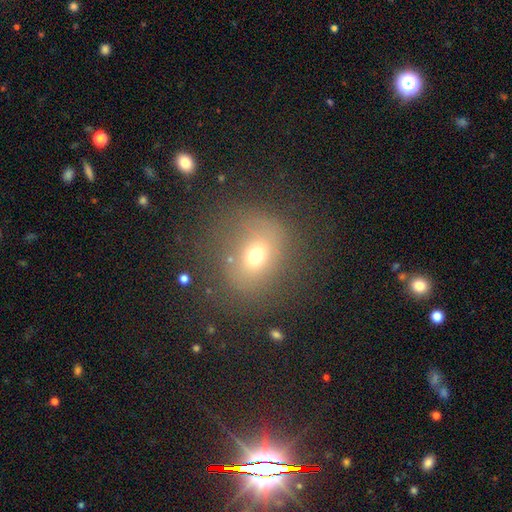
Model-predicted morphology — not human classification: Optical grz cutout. It shows a smooth galaxy with no disk features (63%) that is round (64%). Merging: none (68%).